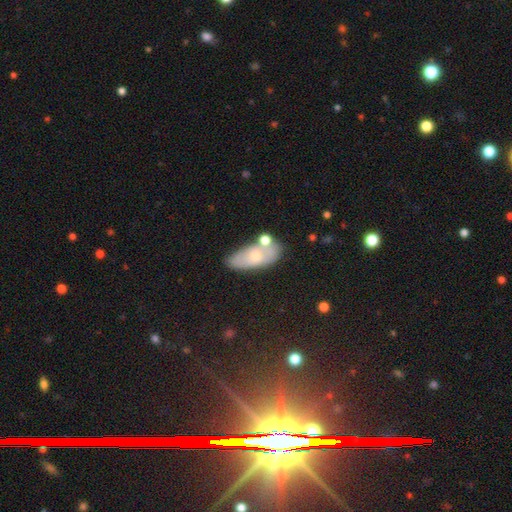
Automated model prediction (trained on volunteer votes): Morphology: type=smooth (64%); roundness=in between (85%); merging=none (55%).